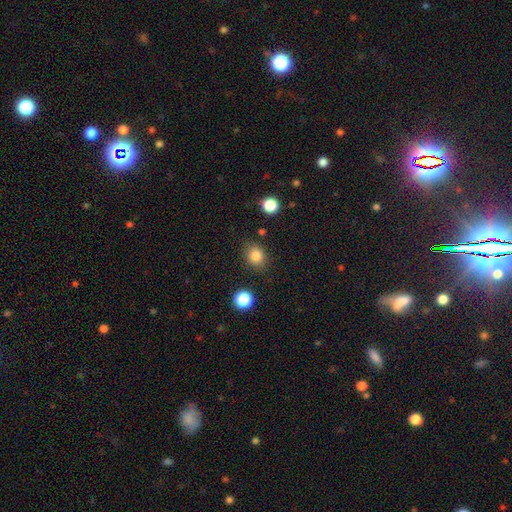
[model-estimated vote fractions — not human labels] This is clearly a smooth galaxy (83%). How rounded: possibly round (60%). Merging: clearly none (81%).